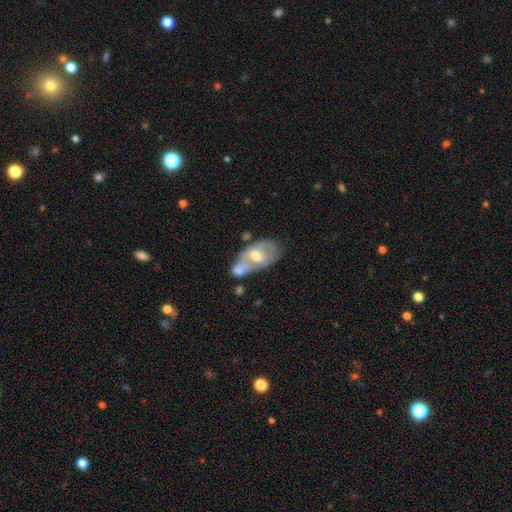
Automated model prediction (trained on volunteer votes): Q: Smooth or featured?
A: featured or disk (60%); runner-up: smooth (33%)
Q: Edge-on disk?
A: no (93%); runner-up: yes (7%)
Q: Bar?
A: no (59%); runner-up: weak (32%)
Q: Spiral arms?
A: no (59%); runner-up: yes (41%)
Q: Bulge size?
A: moderate (67%); runner-up: small (21%)
Q: Merging?
A: merger (49%); runner-up: none (23%)